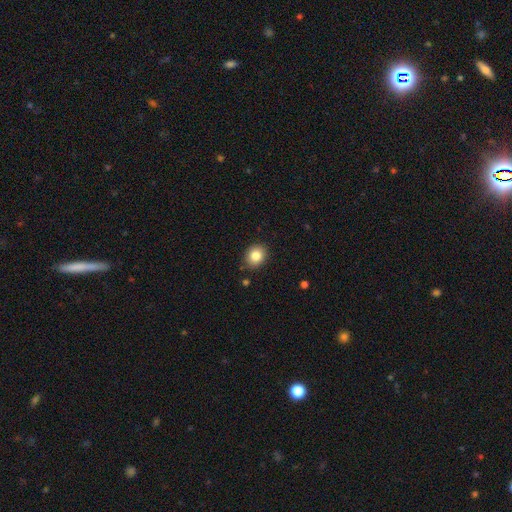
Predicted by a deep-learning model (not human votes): Smooth or featured? Predicted: smooth (p=0.84). How rounded? Predicted: round (p=0.67). Merging? Predicted: none (p=0.88).